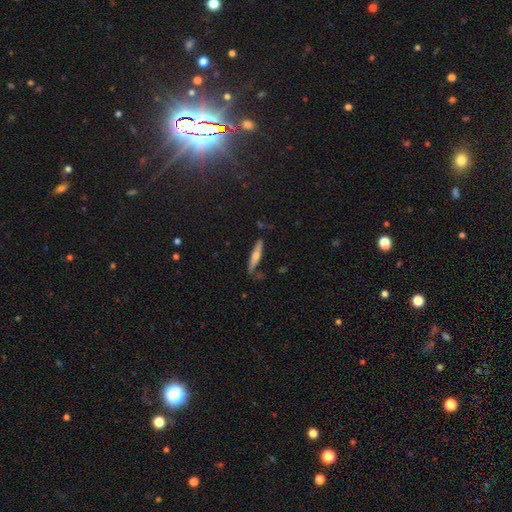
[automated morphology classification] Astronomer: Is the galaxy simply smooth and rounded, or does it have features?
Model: featured or disk — 51% (runner-up: smooth, 41%).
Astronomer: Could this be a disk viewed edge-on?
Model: yes — 93%.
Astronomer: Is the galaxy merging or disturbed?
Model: none — 83%.